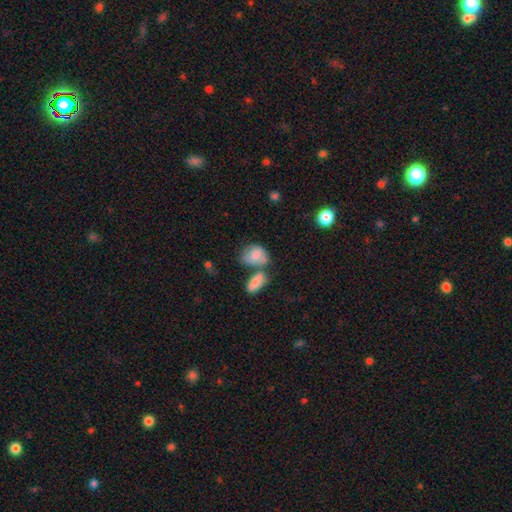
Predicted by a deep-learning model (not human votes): Smooth or featured: smooth — 73% (featured or disk — 19%)
How rounded: in between — 74% (round — 24%)
Merging: merger — 40% (none — 28%)